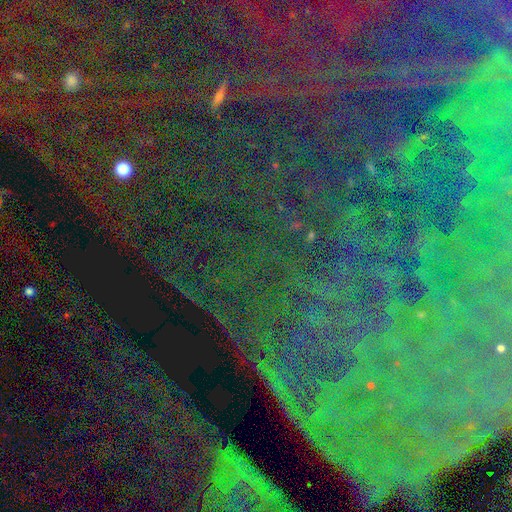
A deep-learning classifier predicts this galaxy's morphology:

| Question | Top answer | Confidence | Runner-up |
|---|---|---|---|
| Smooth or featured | star or artifact | 82% | featured or disk (9%) |